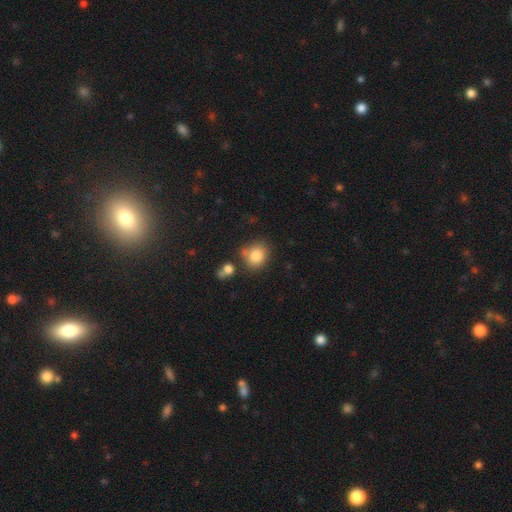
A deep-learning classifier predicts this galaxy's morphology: A smooth galaxy with no disk features (83%) that is round (72%).

Vote fractions:
- Smooth or featured? smooth: 83% / star or artifact: 9% / featured or disk: 8%
- How rounded? round: 72% / in between: 27% / cigar-shaped: 1%
- Merging? none: 64% / minor disturbance: 18% / merger: 13% / major disturbance: 5%